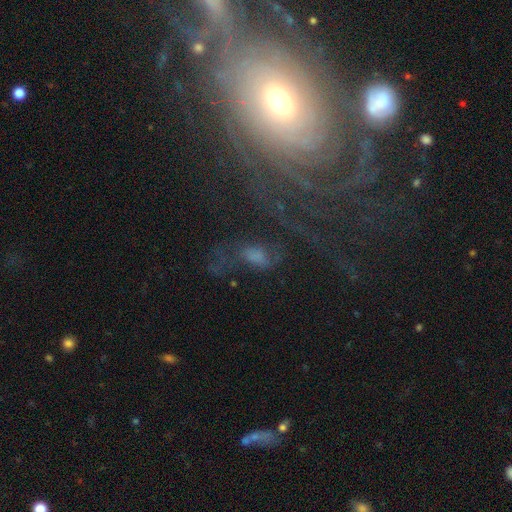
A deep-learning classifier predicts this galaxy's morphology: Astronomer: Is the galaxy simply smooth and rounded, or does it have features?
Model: featured or disk — 41% (runner-up: smooth, 31%).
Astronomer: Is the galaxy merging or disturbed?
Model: none — 49%.